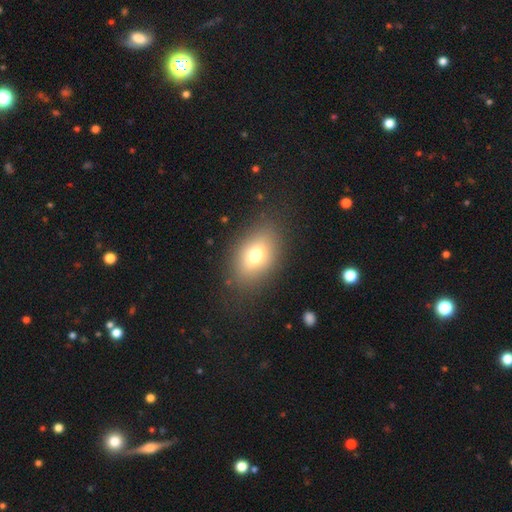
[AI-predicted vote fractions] This is likely a smooth galaxy (71%). How rounded: likely in between (79%). Merging: clearly none (82%).